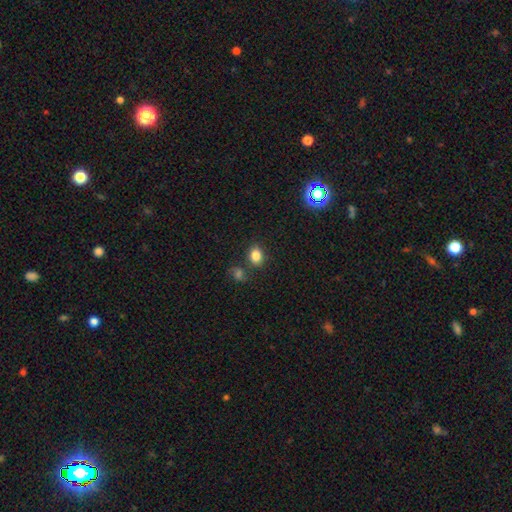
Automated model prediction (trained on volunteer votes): smooth-or-featured: smooth: 83% | star or artifact: 11% | featured or disk: 6%
  how-rounded: in between: 55% | round: 44% | cigar-shaped: 1%
  merging: none: 75% | minor disturbance: 12% | merger: 10% | major disturbance: 4%